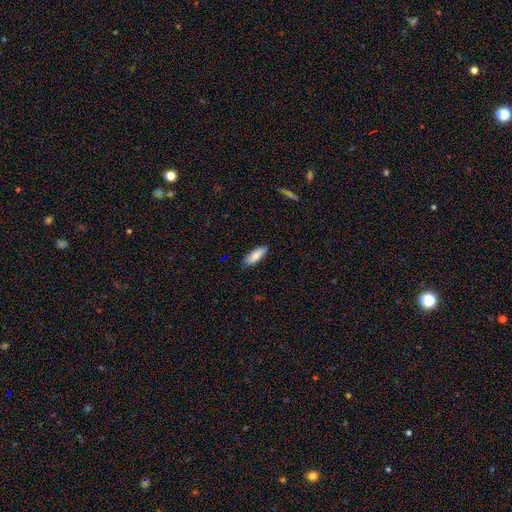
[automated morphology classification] smooth-or-featured: smooth: 84% | featured or disk: 10% | star or artifact: 6%
  how-rounded: in between: 64% | cigar-shaped: 34% | round: 2%
  merging: none: 87% | minor disturbance: 10% | major disturbance: 2% | merger: 1%